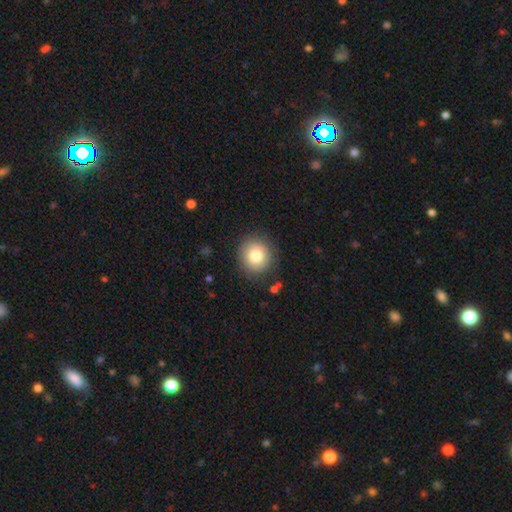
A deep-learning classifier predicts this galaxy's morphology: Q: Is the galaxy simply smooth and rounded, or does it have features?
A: smooth — 79%.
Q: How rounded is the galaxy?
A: round — 92%.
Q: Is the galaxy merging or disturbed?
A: none — 86%.